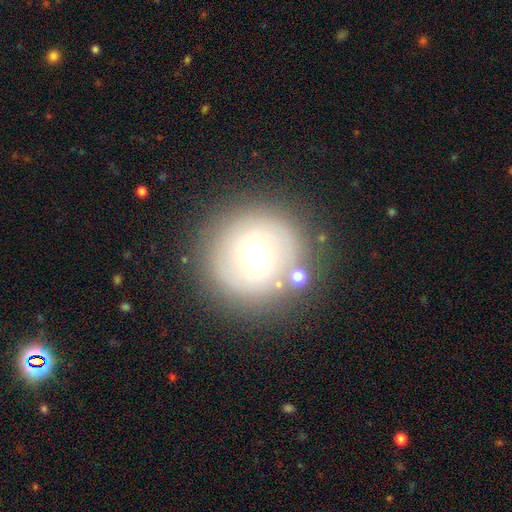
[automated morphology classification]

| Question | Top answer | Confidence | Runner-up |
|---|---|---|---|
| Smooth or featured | smooth | 52% | featured or disk (33%) |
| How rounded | round | 94% | in between (5%) |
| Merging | none | 79% | minor disturbance (11%) |